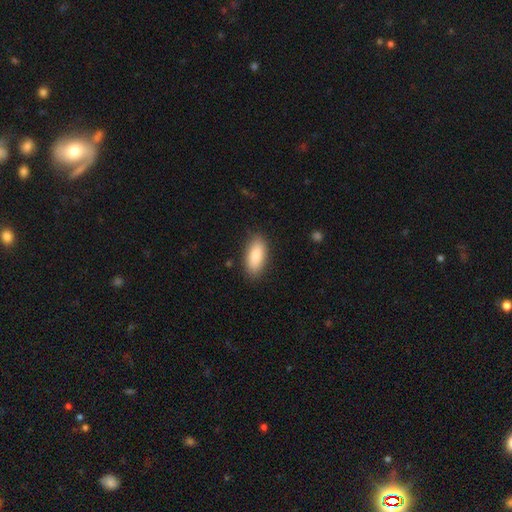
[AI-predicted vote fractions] Smooth or featured? smooth (87%)
How rounded? in between (87%)
Merging? none (86%)